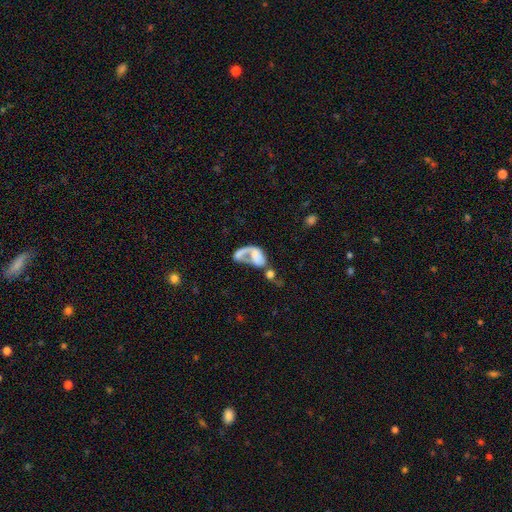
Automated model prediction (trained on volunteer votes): Smooth or featured?
  - smooth: 46% *
  - featured or disk: 43%
  - star or artifact: 10%
Merging?
  - merger: 54% *
  - major disturbance: 25%
  - none: 14%
  - minor disturbance: 7%